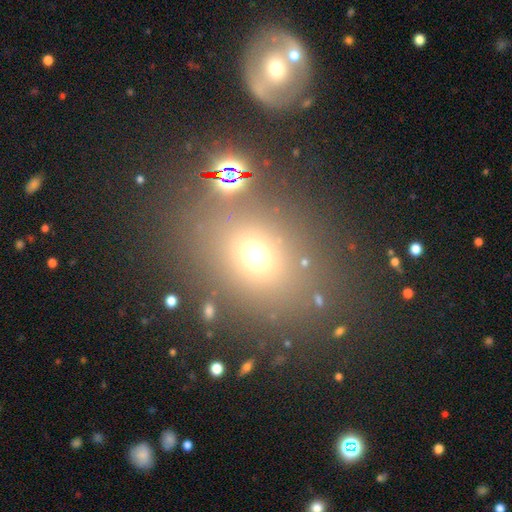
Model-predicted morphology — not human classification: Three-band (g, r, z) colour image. It shows a smooth galaxy with no disk features (61%) that is round (55%). Merging: none (77%).